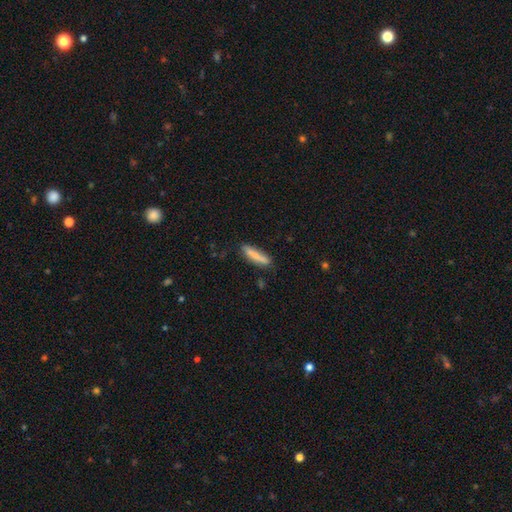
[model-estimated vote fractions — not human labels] smooth 80%, featured or disk 13%, star or artifact 7%. Down the decision tree: how rounded — cigar-shaped (83%); merging — none (75%).